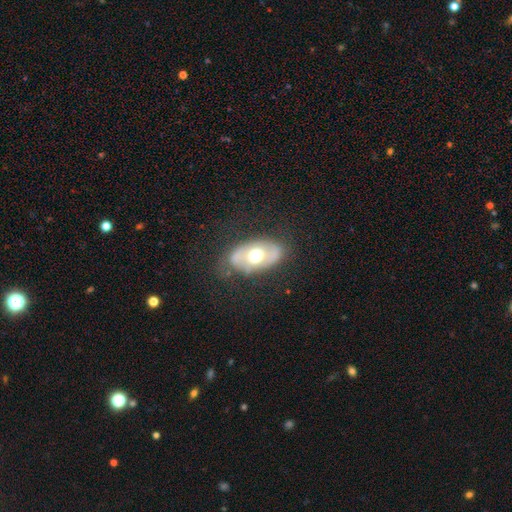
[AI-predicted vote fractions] Morphology: type=featured or disk (53%); edge-on=no (89%); merging=none (71%).